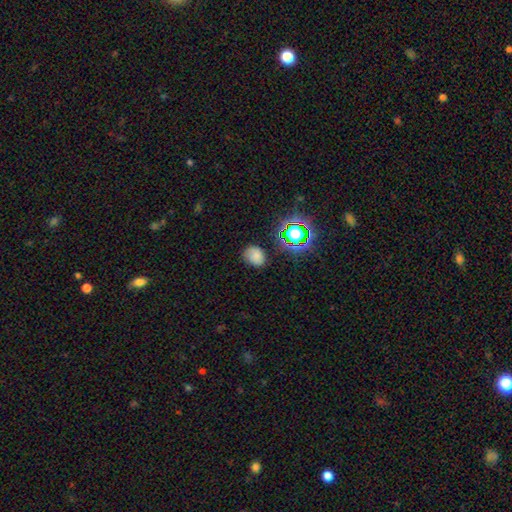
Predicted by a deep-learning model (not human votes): This is likely a smooth galaxy (70%). How rounded: possibly in between (50%). Merging: likely none (71%).